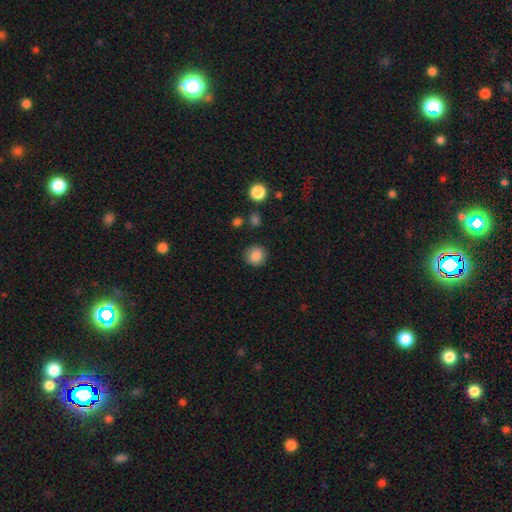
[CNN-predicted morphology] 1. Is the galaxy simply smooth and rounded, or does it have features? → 86% smooth, 10% star or artifact, 4% featured or disk.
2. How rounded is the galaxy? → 88% round, 11% in between, 1% cigar-shaped.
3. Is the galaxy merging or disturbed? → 88% none, 8% minor disturbance, 3% major disturbance, 2% merger.